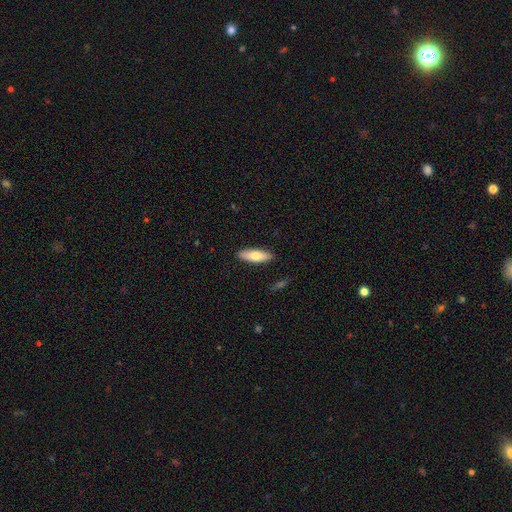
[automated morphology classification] Smooth or featured?
  - smooth: 72% *
  - featured or disk: 22%
  - star or artifact: 6%
How rounded?
  - in between: 54% *
  - cigar-shaped: 44%
  - round: 2%
Merging?
  - none: 89% *
  - minor disturbance: 8%
  - major disturbance: 2%
  - merger: 1%